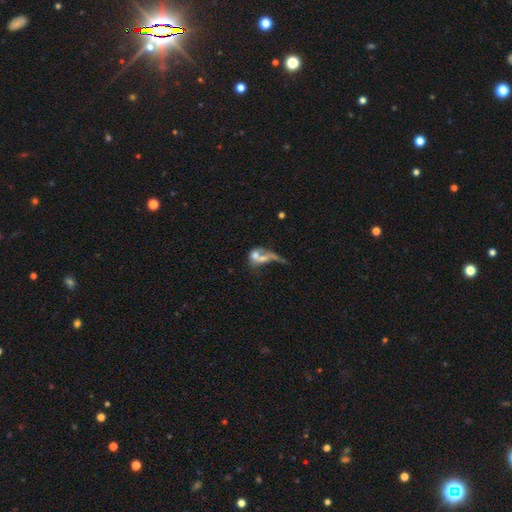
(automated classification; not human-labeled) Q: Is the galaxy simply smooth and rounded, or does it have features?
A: smooth — 47%.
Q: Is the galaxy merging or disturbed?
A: merger — 57%.